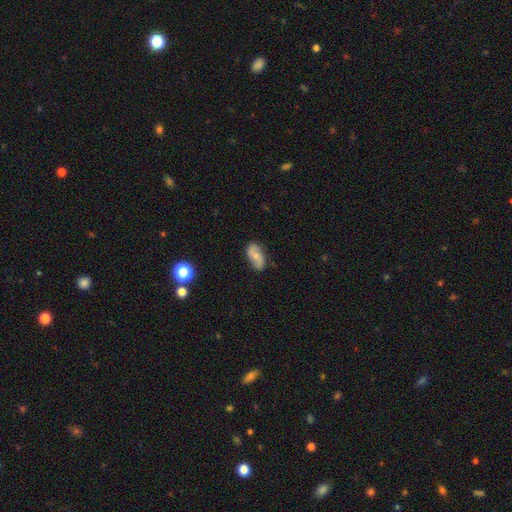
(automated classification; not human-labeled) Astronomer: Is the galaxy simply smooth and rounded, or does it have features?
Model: featured or disk — 51% (runner-up: smooth, 41%).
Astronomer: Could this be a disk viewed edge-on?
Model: no — 94%.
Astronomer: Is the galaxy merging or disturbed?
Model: none — 75%.